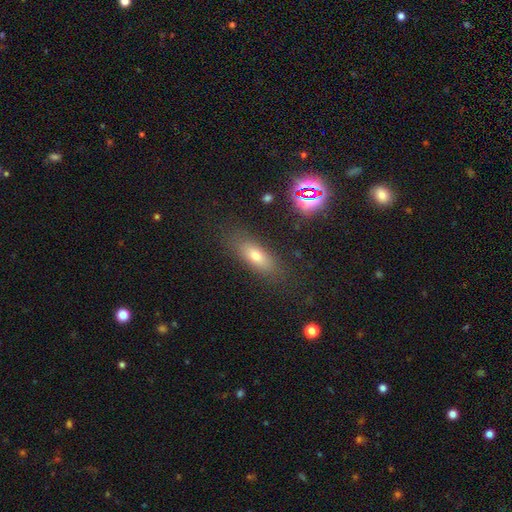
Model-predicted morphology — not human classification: Smooth or featured: smooth — 69% (featured or disk — 18%)
How rounded: in between — 64% (cigar-shaped — 32%)
Merging: none — 81% (minor disturbance — 12%)